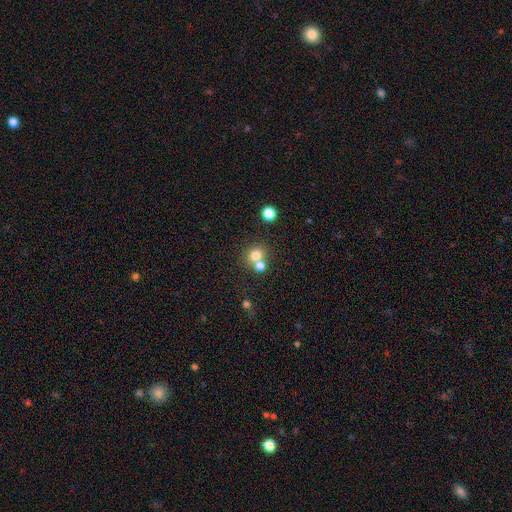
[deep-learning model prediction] smooth 75%, star or artifact 14%, featured or disk 11%. Down the decision tree: how rounded — round (77%); merging — none (49%).